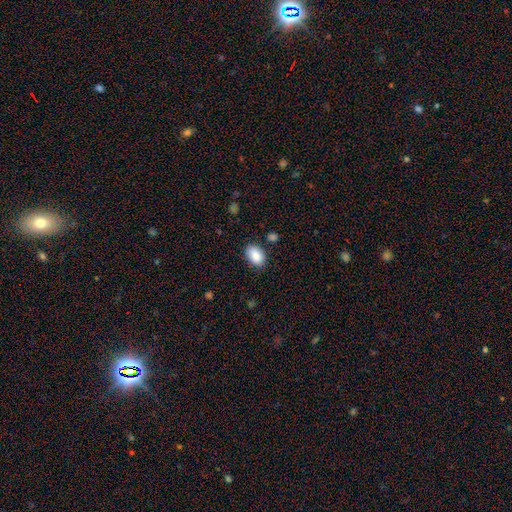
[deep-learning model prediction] smooth 88%, star or artifact 7%, featured or disk 5%. Down the decision tree: how rounded — in between (84%); merging — none (82%).